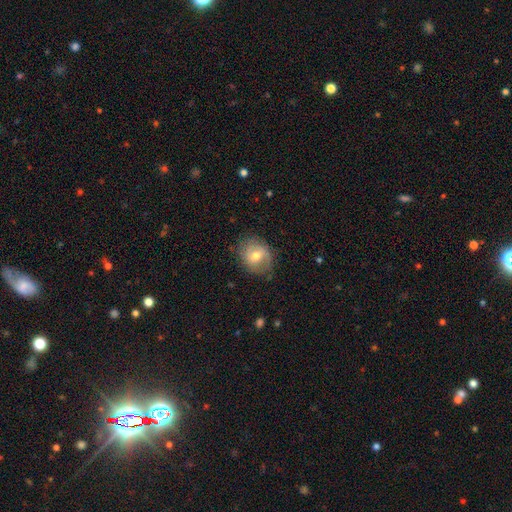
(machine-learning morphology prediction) Smooth or featured? featured or disk (48%)
Merging? none (72%)